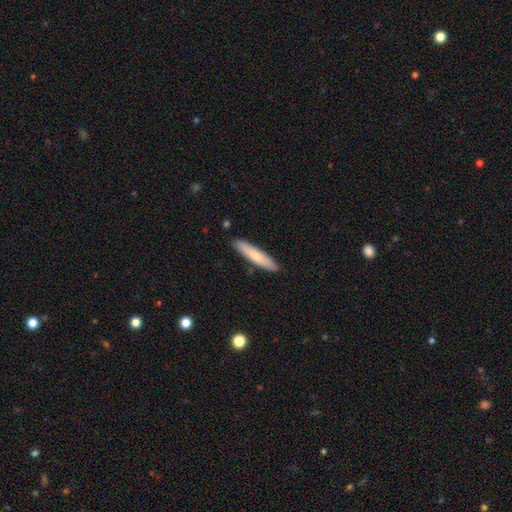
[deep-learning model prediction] Smooth or featured?
  - smooth: 73% *
  - featured or disk: 22%
  - star or artifact: 5%
How rounded?
  - cigar-shaped: 87% *
  - in between: 11%
  - round: 1%
Merging?
  - none: 88% *
  - minor disturbance: 9%
  - major disturbance: 2%
  - merger: 1%